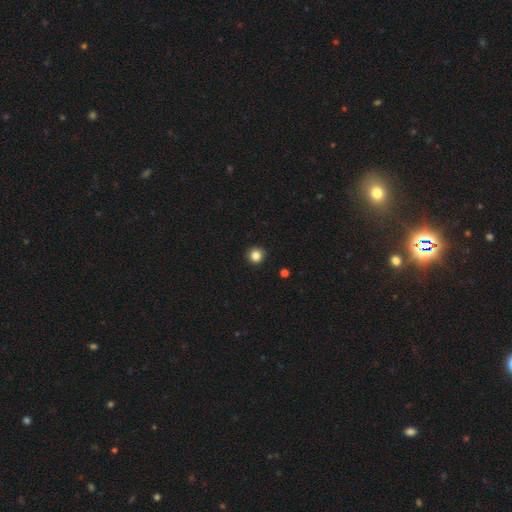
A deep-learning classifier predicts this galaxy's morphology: A smooth galaxy with no disk features (85%) that is round (95%). Merging: none (93%).